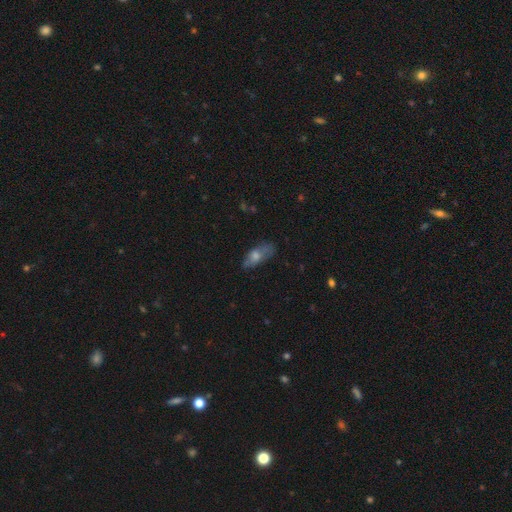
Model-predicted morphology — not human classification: A smooth galaxy with no disk features (55%) that is in between round and cigar-shaped (70%). Merging: none (57%).